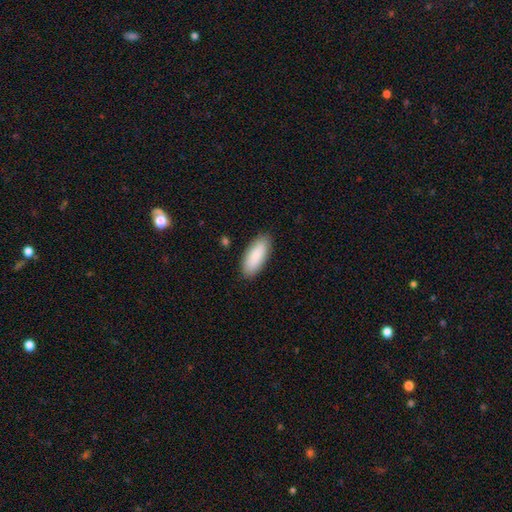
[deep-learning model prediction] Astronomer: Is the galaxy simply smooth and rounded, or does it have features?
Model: smooth — 88%.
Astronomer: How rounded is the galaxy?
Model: in between — 81%.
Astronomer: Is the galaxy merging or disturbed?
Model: none — 88%.